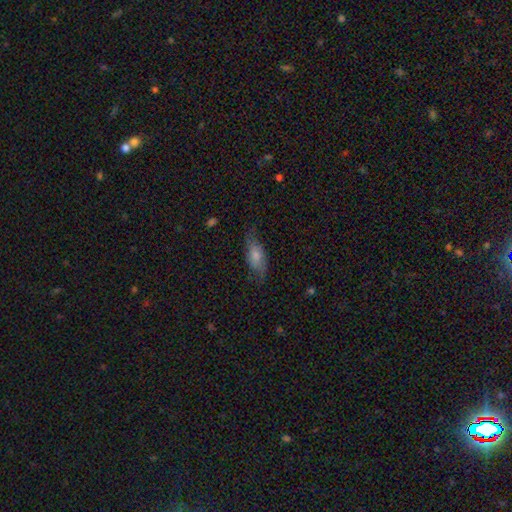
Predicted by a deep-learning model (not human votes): smooth_or_featured: smooth (p=0.59) [alt: featured or disk p=0.33]
how_rounded: in between (p=0.78) [alt: cigar-shaped p=0.19]
merging: none (p=0.63) [alt: minor disturbance p=0.25]